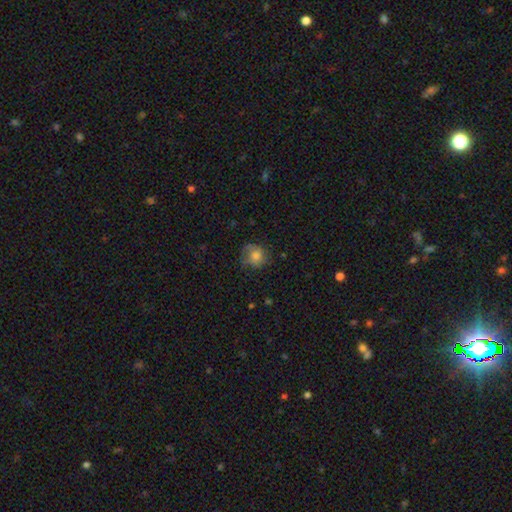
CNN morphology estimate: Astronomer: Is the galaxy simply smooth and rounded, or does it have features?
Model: smooth — 73%.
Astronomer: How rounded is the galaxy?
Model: round — 81%.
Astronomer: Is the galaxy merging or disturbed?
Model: none — 60%.